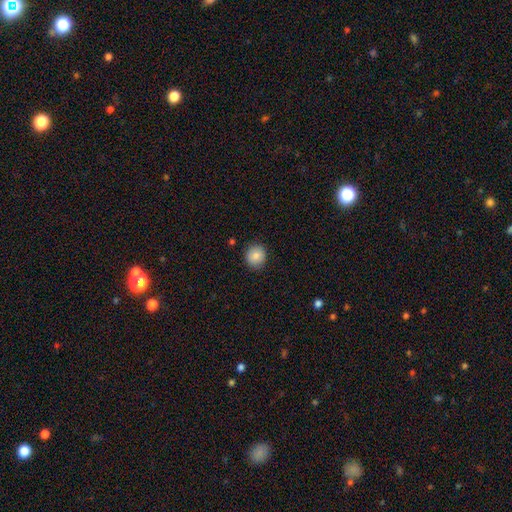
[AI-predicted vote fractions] smooth-or-featured: smooth: 85% | star or artifact: 8% | featured or disk: 6%
  how-rounded: round: 87% | in between: 12% | cigar-shaped: 1%
  merging: none: 90% | minor disturbance: 7% | major disturbance: 2% | merger: 1%